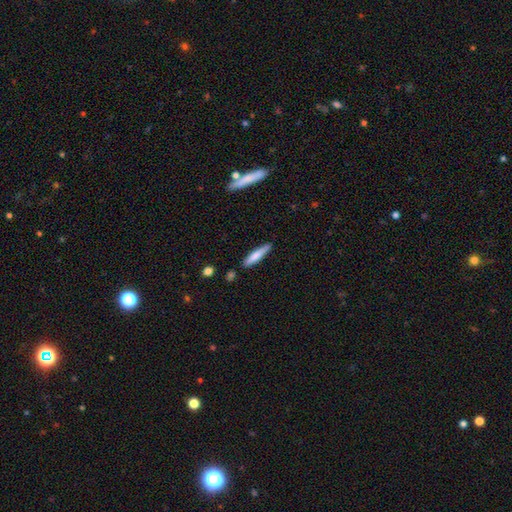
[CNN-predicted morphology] smooth 73%, featured or disk 21%, star or artifact 6%. Down the decision tree: how rounded — cigar-shaped (85%); merging — none (82%).